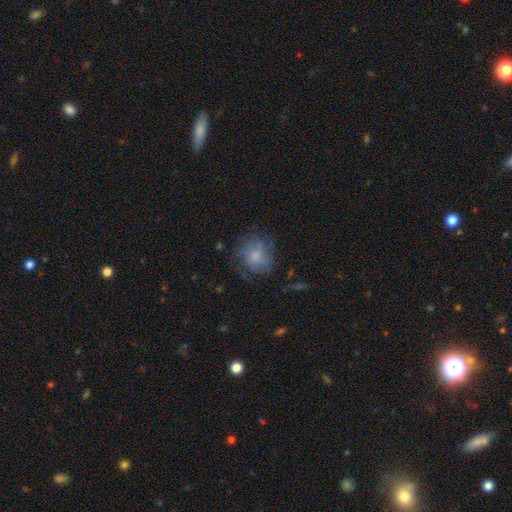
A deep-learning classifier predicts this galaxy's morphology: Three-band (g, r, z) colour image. It shows a smooth galaxy with no disk features (60%) that is round (82%). Merging: none (63%).